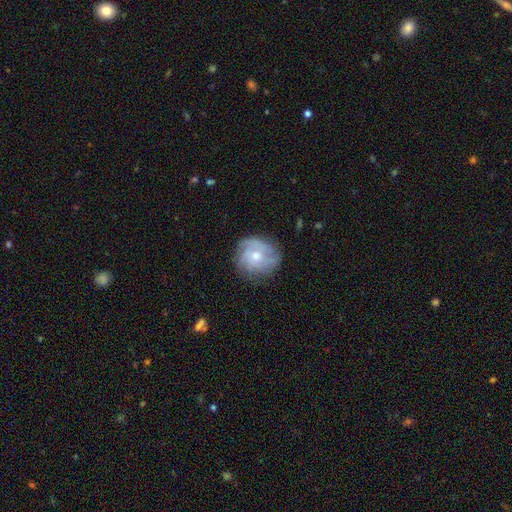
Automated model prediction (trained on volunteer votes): This appears to be a featured or disk galaxy (64%) with no bar (79%), tight (53%) spiral arms (82%) and a moderate central bulge (56%). Merging: none (73%).